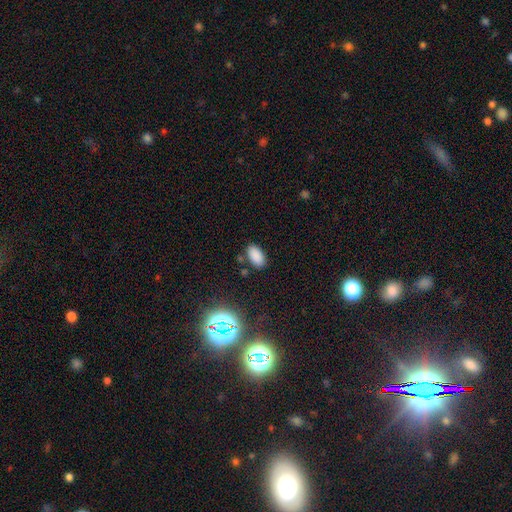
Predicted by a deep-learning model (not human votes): Morphology: type=smooth (84%); roundness=in between (94%); merging=none (82%).